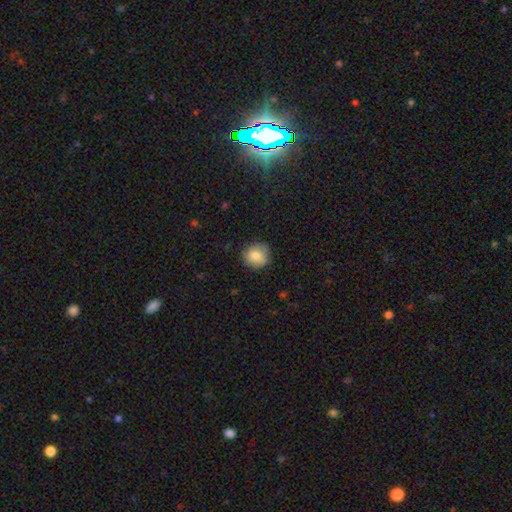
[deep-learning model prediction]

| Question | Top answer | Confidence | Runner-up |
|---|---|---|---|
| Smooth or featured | smooth | 81% | featured or disk (10%) |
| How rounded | round | 89% | in between (10%) |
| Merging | none | 84% | minor disturbance (13%) |